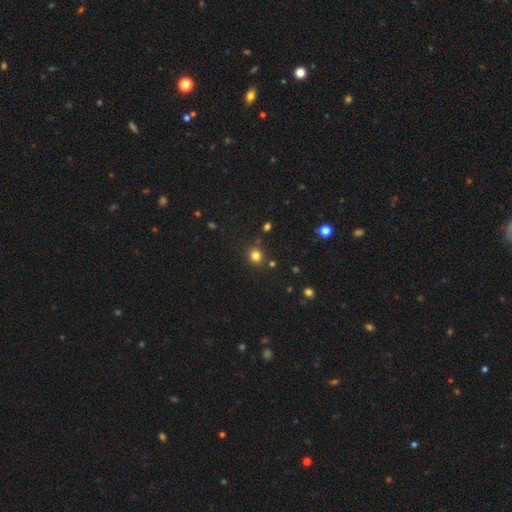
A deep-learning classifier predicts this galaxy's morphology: smooth-or-featured: smooth: 80% | star or artifact: 15% | featured or disk: 5%
  how-rounded: round: 82% | in between: 17% | cigar-shaped: 1%
  merging: none: 84% | minor disturbance: 8% | merger: 4% | major disturbance: 3%